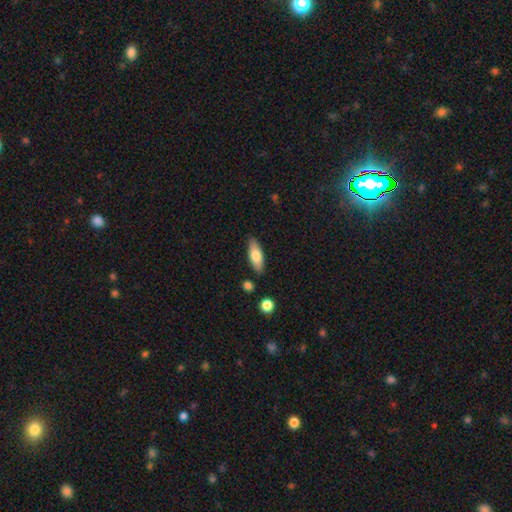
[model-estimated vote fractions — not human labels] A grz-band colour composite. It shows a smooth galaxy with no disk features (72%) that is in between round and cigar-shaped (68%). Merging: none (83%).